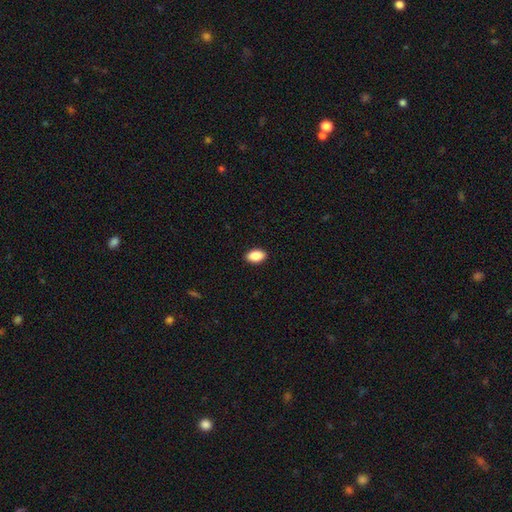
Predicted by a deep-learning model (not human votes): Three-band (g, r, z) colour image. It shows a smooth galaxy with no disk features (89%) that is in between round and cigar-shaped (93%). Merging: none (91%).